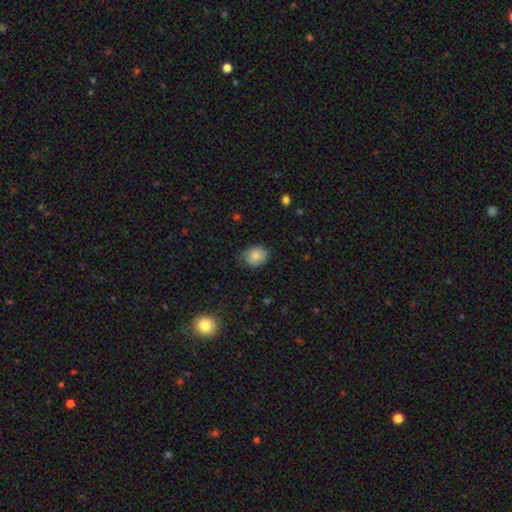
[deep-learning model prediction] Q: Smooth or featured?
A: smooth (83%); runner-up: featured or disk (9%)
Q: How rounded?
A: in between (56%); runner-up: round (43%)
Q: Merging?
A: none (65%); runner-up: minor disturbance (28%)